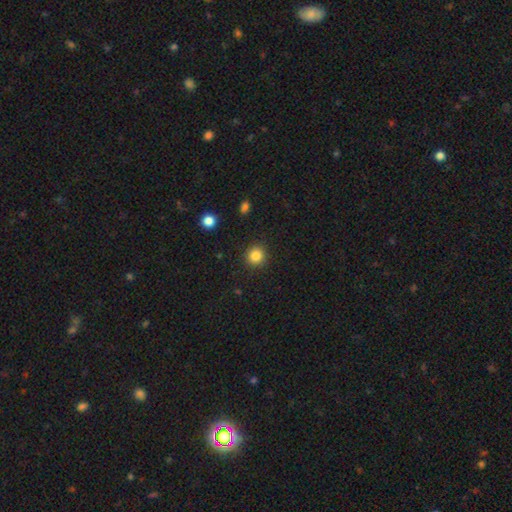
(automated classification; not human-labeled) Morphology: type=smooth (85%); roundness=round (92%); merging=none (91%).